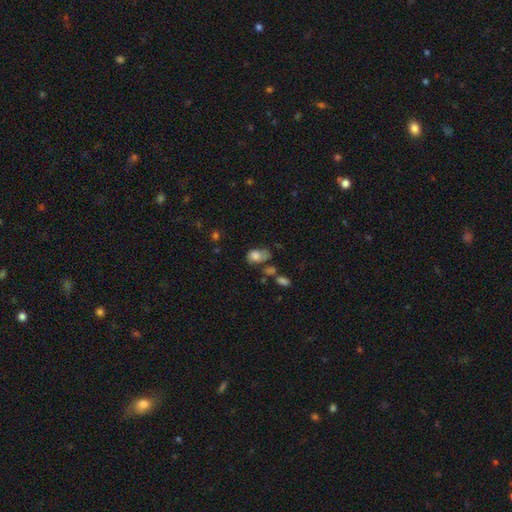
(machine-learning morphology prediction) Overall: smooth (74%). How rounded: in between (79%). Merging: minor disturbance (31%, tied with none).